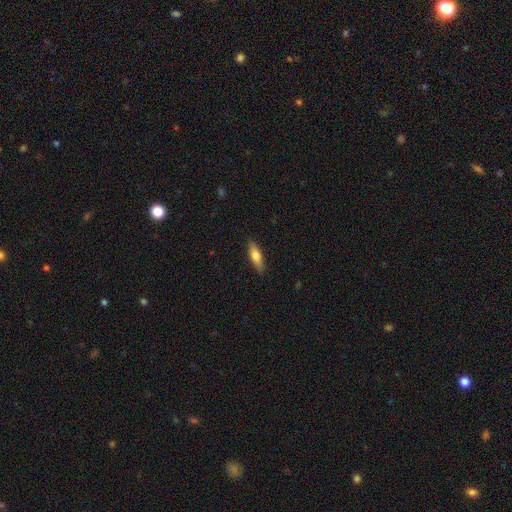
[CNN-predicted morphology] smooth_or_featured: smooth (p=0.68) [alt: featured or disk p=0.26]
how_rounded: cigar-shaped (p=0.54) [alt: in between p=0.44]
merging: none (p=0.87) [alt: minor disturbance p=0.10]